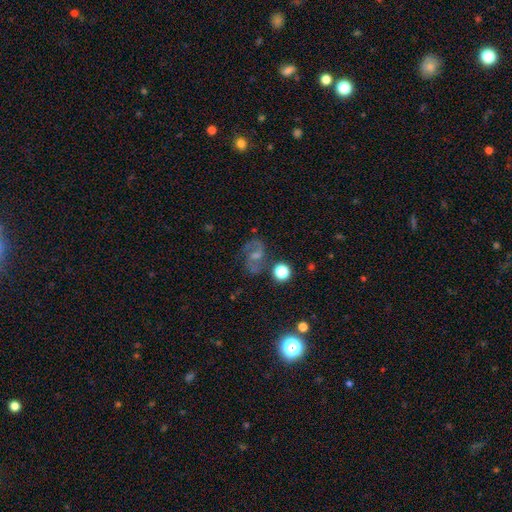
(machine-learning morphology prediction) smooth-or-featured: featured or disk: 65% | smooth: 20% | star or artifact: 15%
  disk-edge-on: no: 97% | yes: 3%
    bar: weak: 50% | no: 34% | strong: 16%
    has-spiral-arms: yes: 88% | no: 12%
      spiral-winding: medium: 50% | loose: 35% | tight: 14%
      spiral-arm-count: 2: 88% | can't tell: 6% | 1: 3% | 3: 1% | 4: 1% | more than 4: 1%
    bulge-size: moderate: 40% | small: 39% | none: 13% | large: 6% | dominant: 2%
  merging: none: 68% | minor disturbance: 16% | major disturbance: 9% | merger: 6%